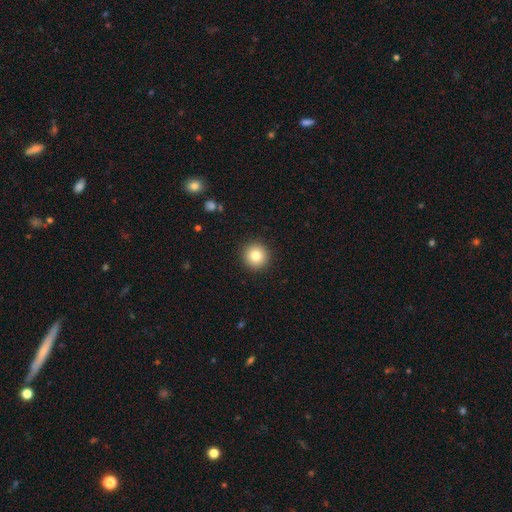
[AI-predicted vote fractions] A smooth galaxy with no disk features (82%) that is round (96%).

Vote fractions:
- Smooth or featured? smooth: 82% / star or artifact: 10% / featured or disk: 8%
- How rounded? round: 96% / in between: 3% / cigar-shaped: 1%
- Merging? none: 93% / minor disturbance: 5% / major disturbance: 2% / merger: 1%